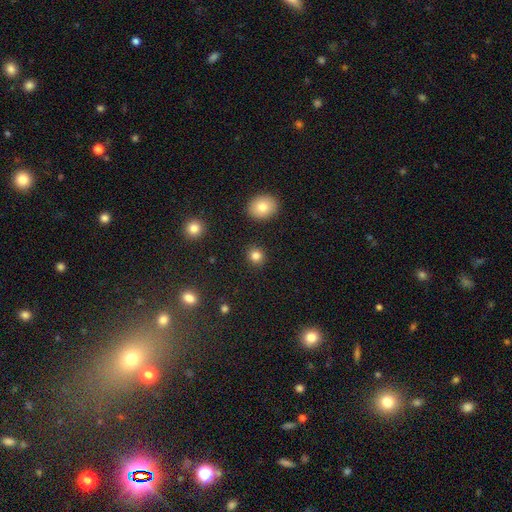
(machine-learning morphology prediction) Q: Smooth or featured?
A: smooth (84%); runner-up: star or artifact (11%)
Q: How rounded?
A: round (86%); runner-up: in between (13%)
Q: Merging?
A: none (90%); runner-up: minor disturbance (6%)